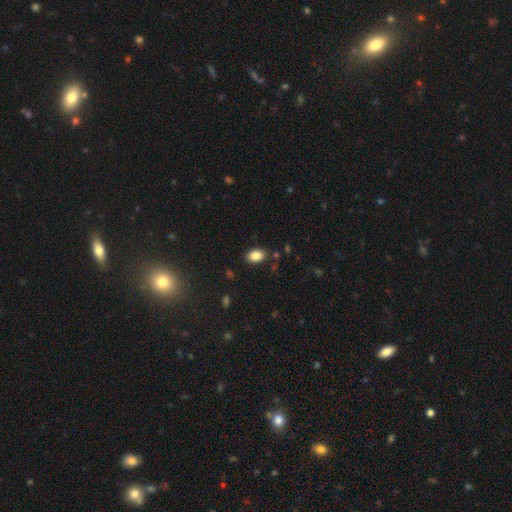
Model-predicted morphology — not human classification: smooth_or_featured: smooth (p=0.86) [alt: star or artifact p=0.09]
how_rounded: in between (p=0.86) [alt: round p=0.12]
merging: none (p=0.85) [alt: minor disturbance p=0.10]